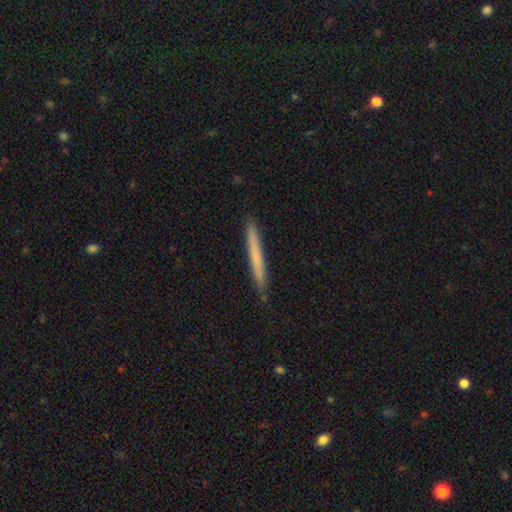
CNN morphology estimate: The model was most divided on "smooth or featured": smooth: 62%, featured or disk: 32%, star or artifact: 6%. More confident: how rounded — cigar-shaped (97%); merging — none (87%).